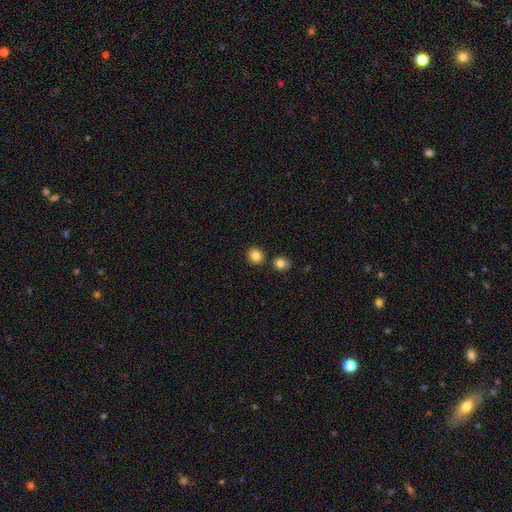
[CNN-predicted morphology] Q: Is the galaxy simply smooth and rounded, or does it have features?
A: smooth — 84%.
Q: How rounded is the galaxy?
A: round — 87%.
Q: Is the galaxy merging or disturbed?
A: none — 83%.